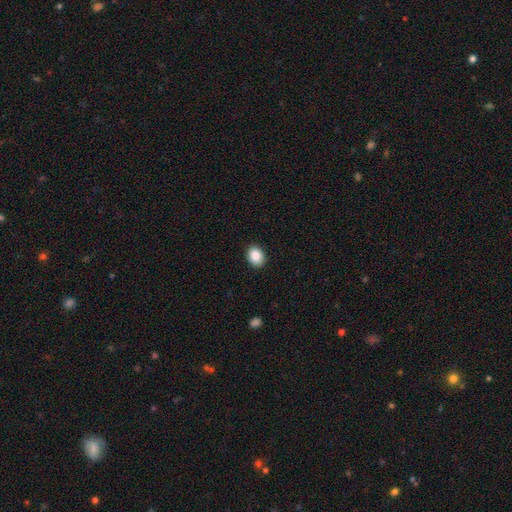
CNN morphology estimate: smooth_or_featured: smooth (p=0.88) [alt: star or artifact p=0.08]
how_rounded: in between (p=0.57) [alt: round p=0.42]
merging: none (p=0.90) [alt: minor disturbance p=0.07]